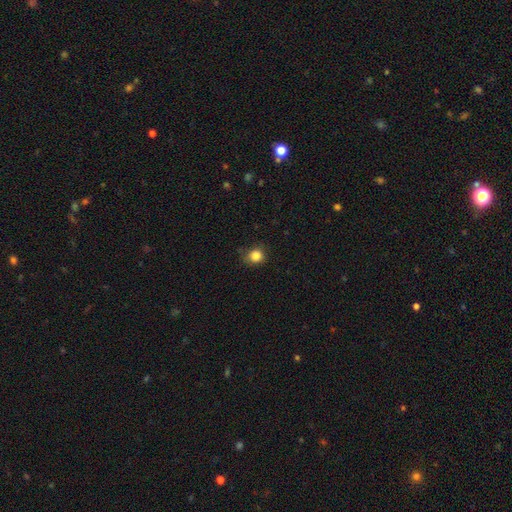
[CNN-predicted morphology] A smooth galaxy with no disk features (84%) that is round (82%).

Vote fractions:
- Smooth or featured? smooth: 84% / star or artifact: 11% / featured or disk: 4%
- How rounded? round: 82% / in between: 17% / cigar-shaped: 1%
- Merging? none: 75% / minor disturbance: 19% / major disturbance: 4% / merger: 1%